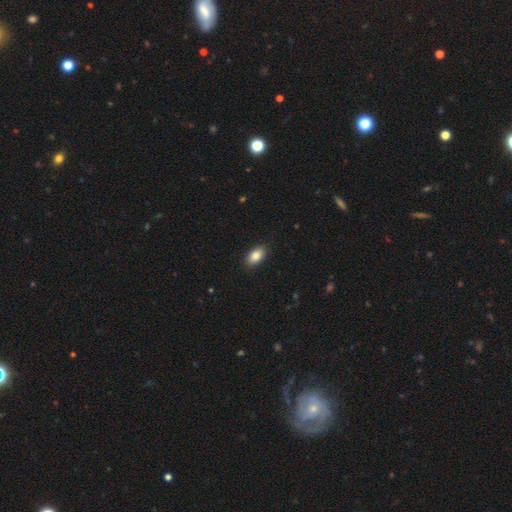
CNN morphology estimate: smooth-or-featured: smooth: 85% | featured or disk: 8% | star or artifact: 7%
  how-rounded: in between: 92% | round: 5% | cigar-shaped: 3%
  merging: none: 89% | minor disturbance: 8% | major disturbance: 2% | merger: 1%